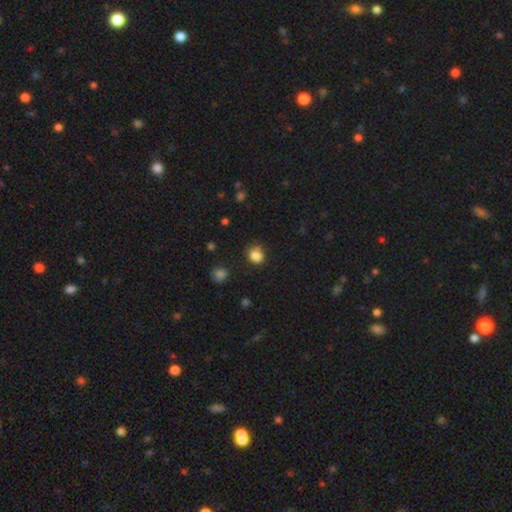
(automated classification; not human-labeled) This is clearly a smooth galaxy (83%). How rounded: likely round (69%). Merging: likely none (67%).